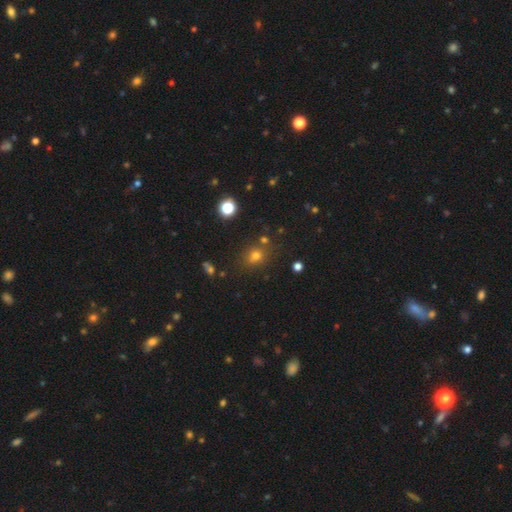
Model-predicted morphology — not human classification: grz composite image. It shows a smooth galaxy with no disk features (69%) that is round (73%). Merging: none (75%).